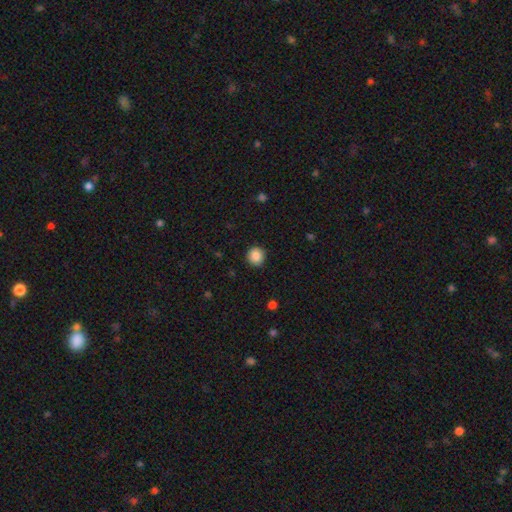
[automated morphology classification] Q: Smooth or featured?
A: smooth (87%); runner-up: star or artifact (10%)
Q: How rounded?
A: round (93%); runner-up: in between (6%)
Q: Merging?
A: none (89%); runner-up: minor disturbance (8%)